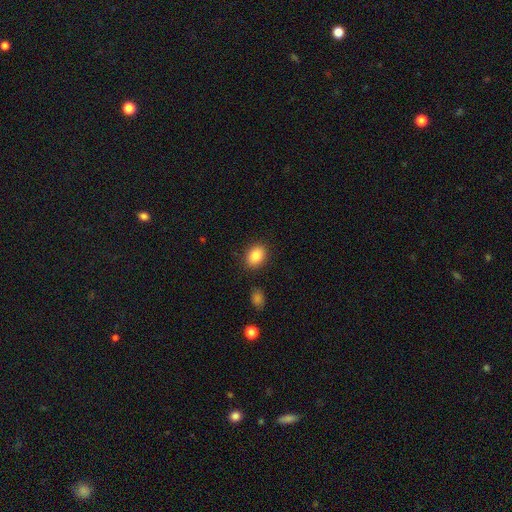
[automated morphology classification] Q: Smooth or featured?
A: smooth (86%); runner-up: star or artifact (8%)
Q: How rounded?
A: in between (68%); runner-up: round (31%)
Q: Merging?
A: none (87%); runner-up: minor disturbance (9%)